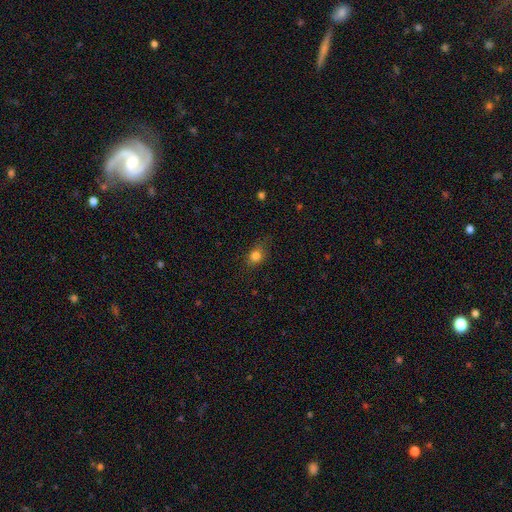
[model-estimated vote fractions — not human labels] Morphology: type=smooth (81%); roundness=round (49%); merging=none (73%).